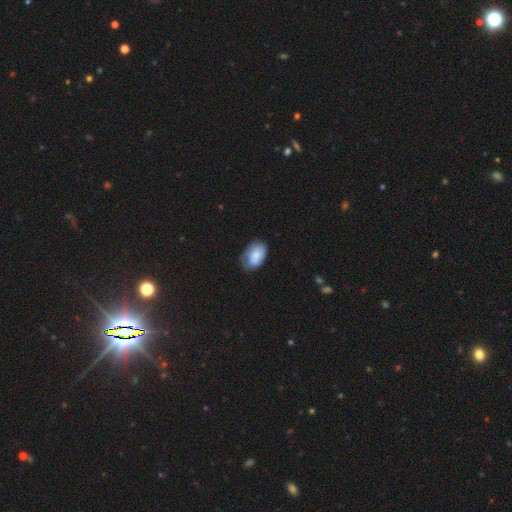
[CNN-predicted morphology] Smooth or featured: smooth — 75% (featured or disk — 18%)
How rounded: in between — 90% (round — 9%)
Merging: none — 53% (minor disturbance — 34%)